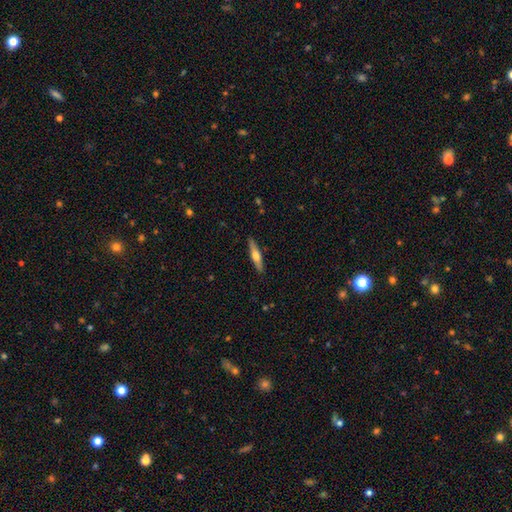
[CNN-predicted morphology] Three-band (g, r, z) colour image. It shows a featured or disk galaxy (51%) viewed edge-on (94%). Merging: none (89%).